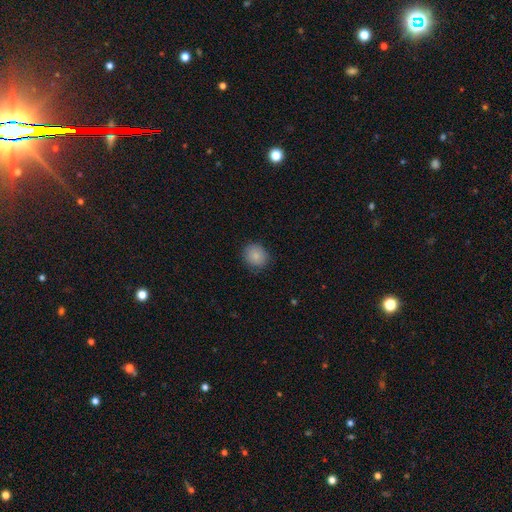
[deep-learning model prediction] Smooth or featured: smooth — 84% (star or artifact — 9%)
How rounded: round — 79% (in between — 21%)
Merging: none — 83% (minor disturbance — 13%)